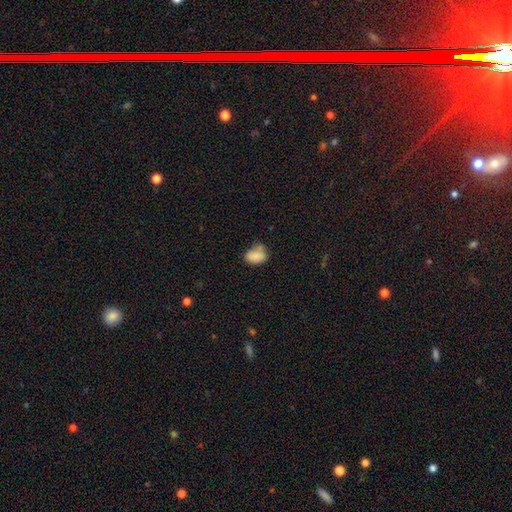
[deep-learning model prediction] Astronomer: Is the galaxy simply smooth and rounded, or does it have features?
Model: smooth — 83%.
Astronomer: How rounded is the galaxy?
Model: in between — 74%.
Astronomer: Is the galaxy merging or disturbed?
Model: none — 51% (runner-up: minor disturbance, 33%).